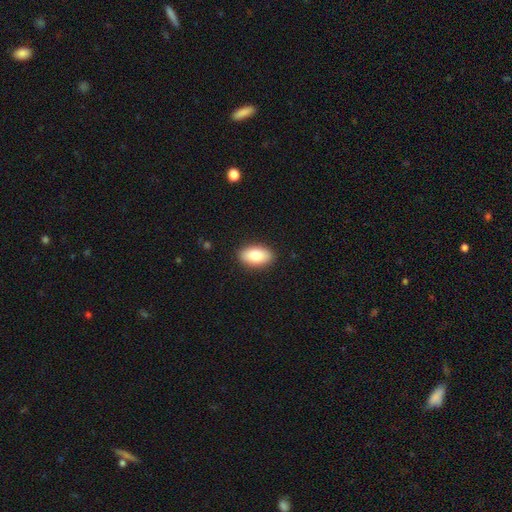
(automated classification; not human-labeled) Smooth or featured?
  - smooth: 84% *
  - featured or disk: 9%
  - star or artifact: 7%
How rounded?
  - in between: 93% *
  - round: 5%
  - cigar-shaped: 2%
Merging?
  - none: 89% *
  - minor disturbance: 8%
  - major disturbance: 2%
  - merger: 1%